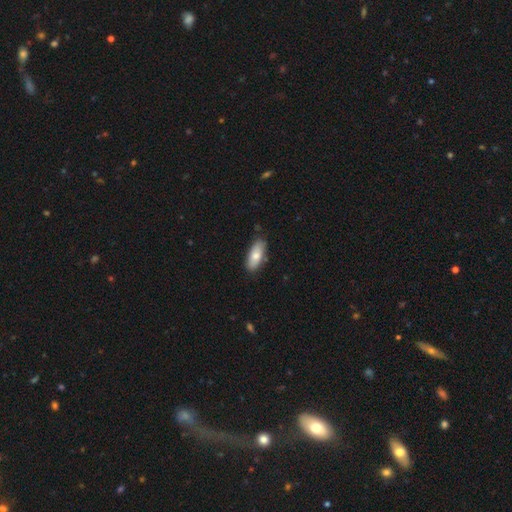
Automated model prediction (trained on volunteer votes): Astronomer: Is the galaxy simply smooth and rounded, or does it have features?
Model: smooth — 76%.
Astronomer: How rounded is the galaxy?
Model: in between — 80%.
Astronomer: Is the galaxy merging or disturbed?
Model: none — 80%.